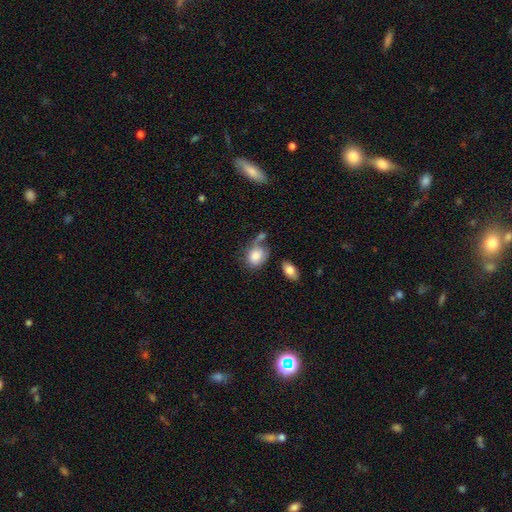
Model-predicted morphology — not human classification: smooth_or_featured: smooth (p=0.82) [alt: featured or disk p=0.10]
how_rounded: in between (p=0.59) [alt: round p=0.39]
merging: none (p=0.42) [alt: minor disturbance p=0.24]